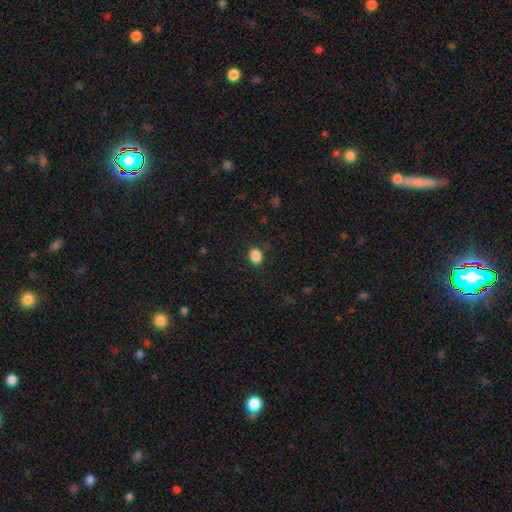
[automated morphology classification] smooth 87%, star or artifact 10%, featured or disk 3%. Down the decision tree: how rounded — in between (51%); merging — none (86%).